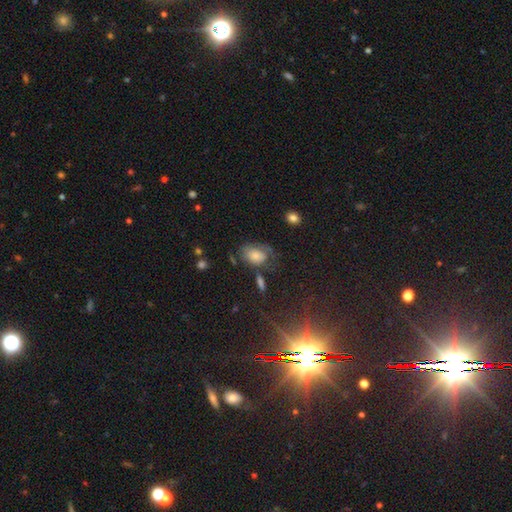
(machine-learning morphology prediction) This appears to be a smooth galaxy with no disk features (69%) that is in between round and cigar-shaped (82%). Merging: none (44%).